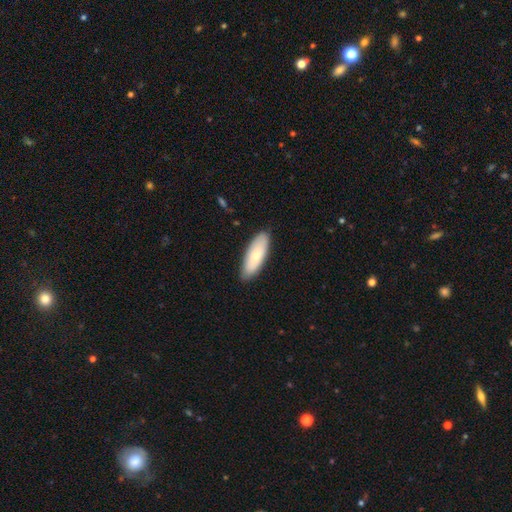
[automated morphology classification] smooth_or_featured: smooth (p=0.73) [alt: featured or disk p=0.22]
how_rounded: in between (p=0.67) [alt: cigar-shaped p=0.31]
merging: none (p=0.86) [alt: minor disturbance p=0.11]